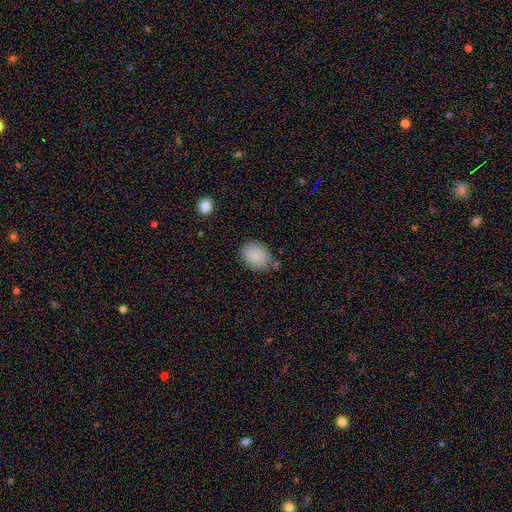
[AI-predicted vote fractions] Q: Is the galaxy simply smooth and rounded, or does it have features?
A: smooth — 87%.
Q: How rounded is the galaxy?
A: in between — 59%.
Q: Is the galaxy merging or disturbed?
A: none — 74%.